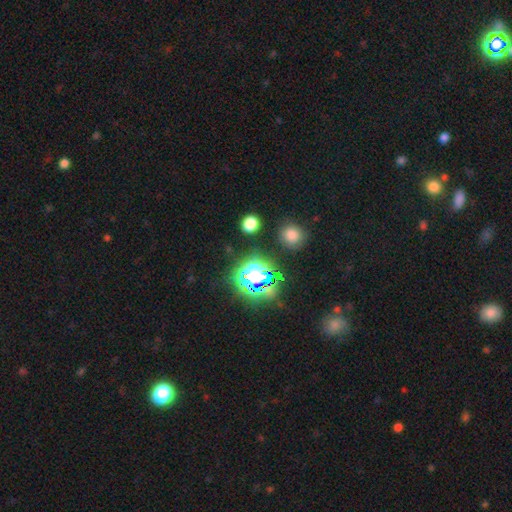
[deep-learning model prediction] This appears to be a star or artifact, not a galaxy (71%).